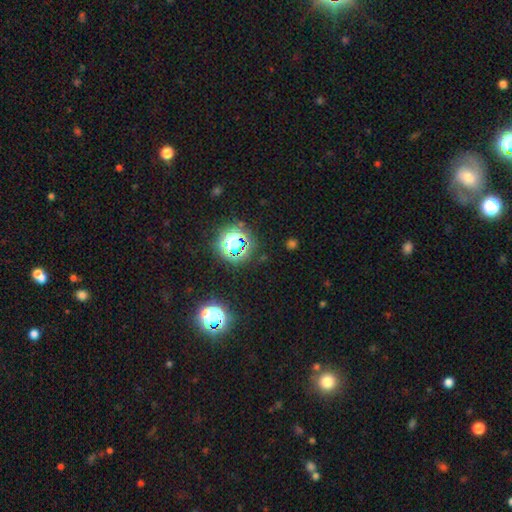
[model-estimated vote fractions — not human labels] star or artifact 75%, smooth 18%, featured or disk 7%.